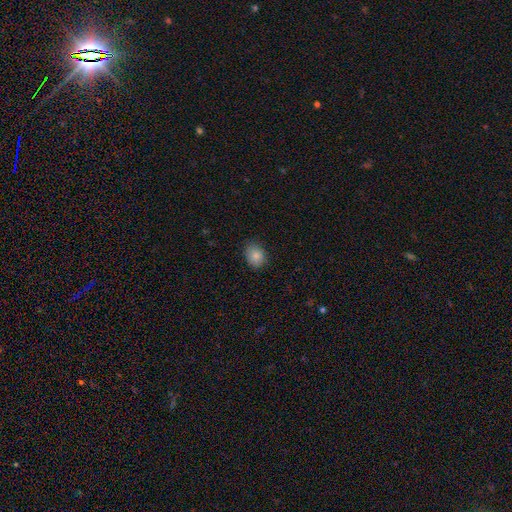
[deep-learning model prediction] This appears to be a smooth galaxy with no disk features (83%) that is in between round and cigar-shaped (55%). Merging: none (83%).